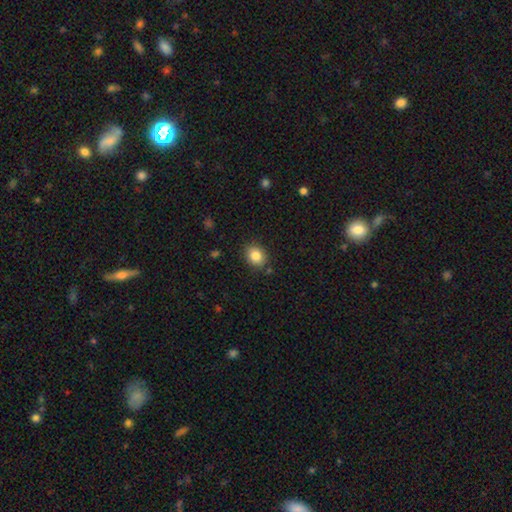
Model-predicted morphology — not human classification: This appears to be a smooth galaxy with no disk features (84%) that is round (50%). Merging: none (85%).